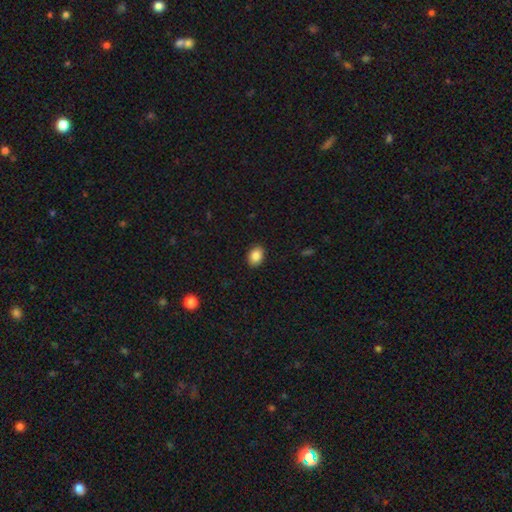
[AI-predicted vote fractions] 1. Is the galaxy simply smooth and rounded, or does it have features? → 87% smooth, 8% star or artifact, 5% featured or disk.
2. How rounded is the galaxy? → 71% in between, 28% round, 1% cigar-shaped.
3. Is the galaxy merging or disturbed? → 90% none, 7% minor disturbance, 2% major disturbance, 1% merger.